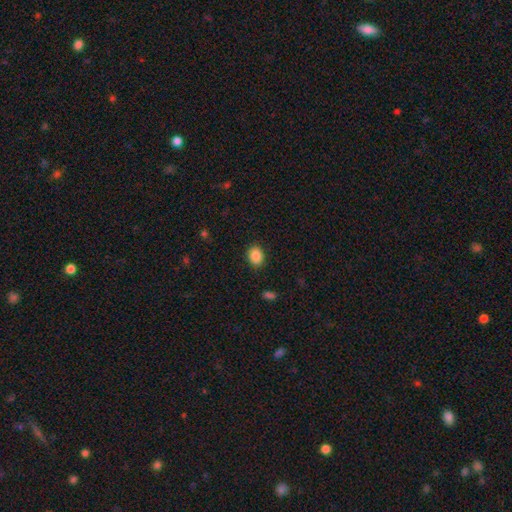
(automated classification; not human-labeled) Q: Smooth or featured?
A: smooth (88%); runner-up: star or artifact (8%)
Q: How rounded?
A: in between (60%); runner-up: round (39%)
Q: Merging?
A: none (89%); runner-up: minor disturbance (8%)